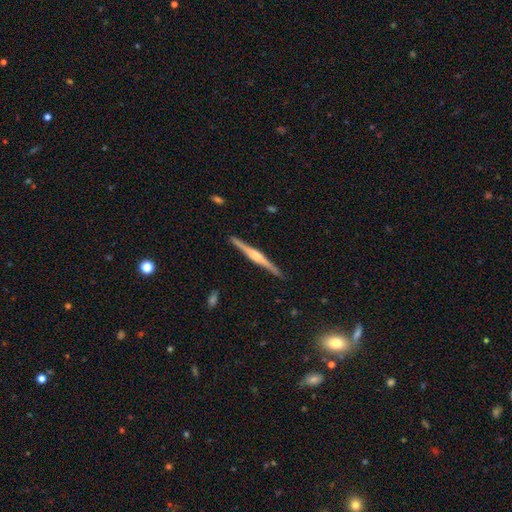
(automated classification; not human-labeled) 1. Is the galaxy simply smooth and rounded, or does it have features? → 82% featured or disk, 13% smooth, 5% star or artifact.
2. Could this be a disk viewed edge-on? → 98% yes, 2% no.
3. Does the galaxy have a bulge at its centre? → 71% rounded, 22% boxy, 7% none.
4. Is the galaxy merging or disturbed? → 91% none, 7% minor disturbance, 1% major disturbance, 1% merger.